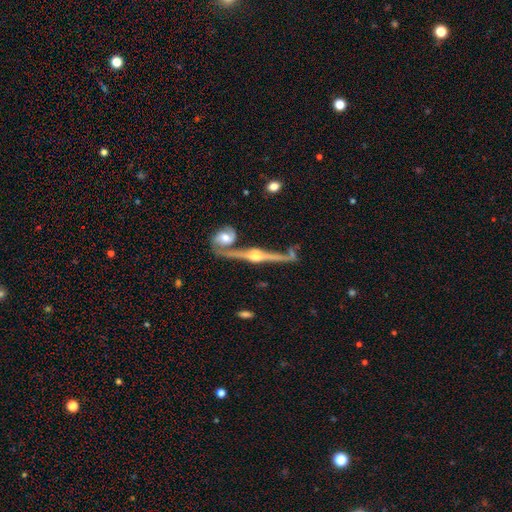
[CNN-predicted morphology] Smooth or featured? Predicted: featured or disk (p=0.89). Edge-on disk? Predicted: yes (p=0.96). Edge-on bulge? Predicted: rounded (p=0.94). Merging? Predicted: none (p=0.62).